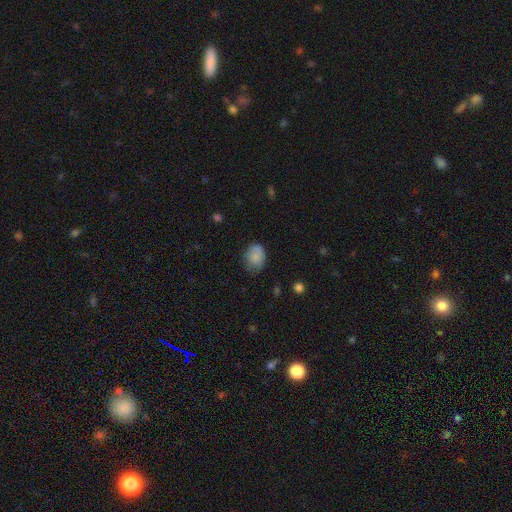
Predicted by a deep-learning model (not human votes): A smooth galaxy with no disk features (83%) that is in between round and cigar-shaped (65%). Merging: none (65%).